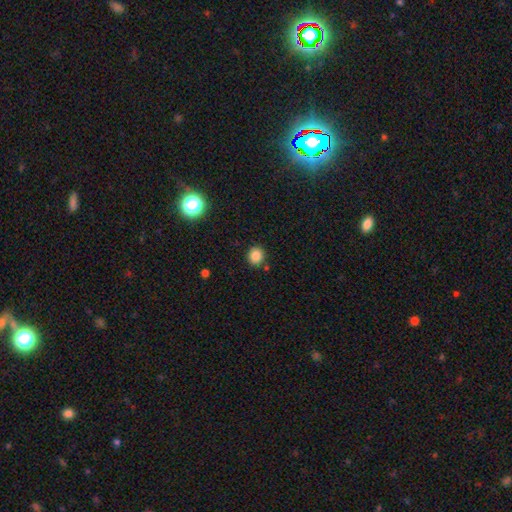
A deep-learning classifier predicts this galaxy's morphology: smooth_or_featured: smooth (p=0.85) [alt: star or artifact p=0.11]
how_rounded: round (p=0.85) [alt: in between p=0.14]
merging: none (p=0.86) [alt: minor disturbance p=0.08]